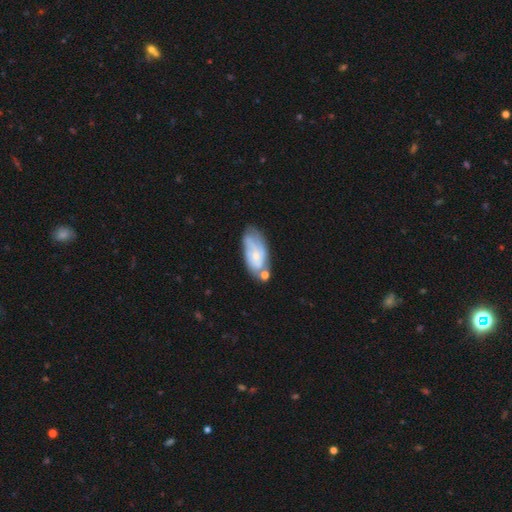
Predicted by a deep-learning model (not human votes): Smooth or featured: featured or disk — 57% (smooth — 37%)
Edge-on disk: no — 92% (yes — 8%)
Bar: no — 70% (weak — 25%)
Spiral arms: yes — 75% (no — 25%)
Bulge size: small — 70% (moderate — 21%)
Merging: none — 48% (minor disturbance — 24%)